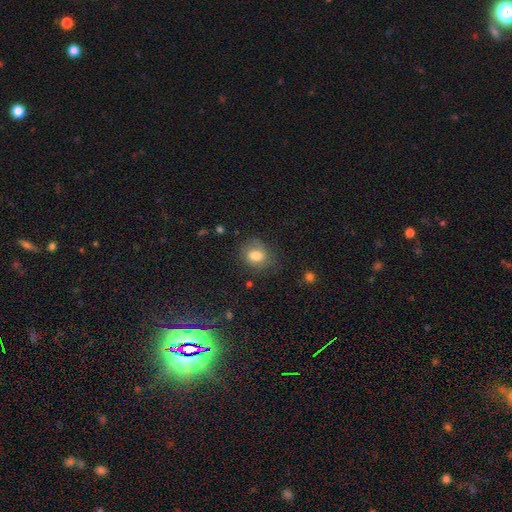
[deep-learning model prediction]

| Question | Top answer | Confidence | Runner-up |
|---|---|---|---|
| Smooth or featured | smooth | 74% | featured or disk (17%) |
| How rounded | in between | 52% | round (47%) |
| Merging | none | 64% | minor disturbance (24%) |